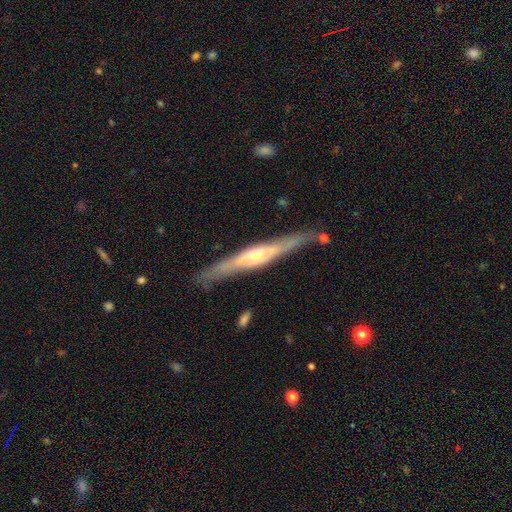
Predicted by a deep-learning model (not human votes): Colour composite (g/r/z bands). It shows a featured or disk galaxy (79%) viewed edge-on (94%) with a rounded central bulge (79%). Merging: none (85%).